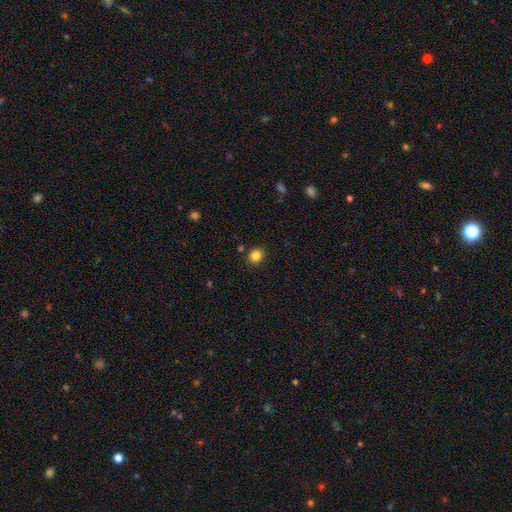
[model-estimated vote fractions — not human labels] Morphology: type=smooth (84%); roundness=round (78%); merging=none (88%).